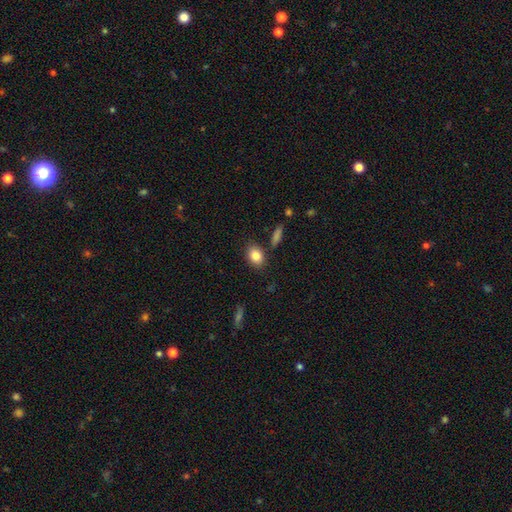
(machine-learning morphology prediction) Smooth or featured? Predicted: smooth (p=0.85). How rounded? Predicted: in between (p=0.72). Merging? Predicted: none (p=0.82).